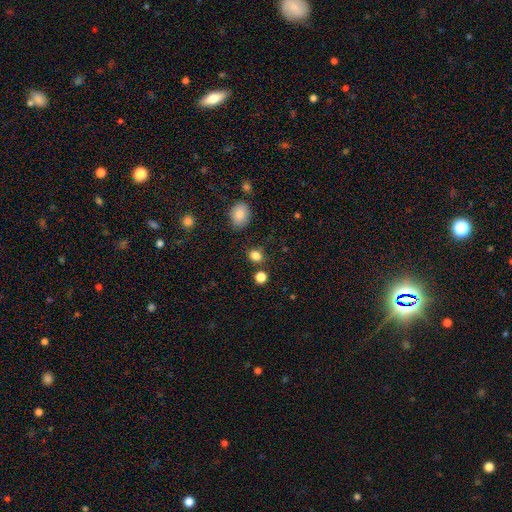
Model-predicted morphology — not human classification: Smooth or featured: smooth — 83% (star or artifact — 13%)
How rounded: round — 66% (in between — 33%)
Merging: none — 78% (minor disturbance — 11%)